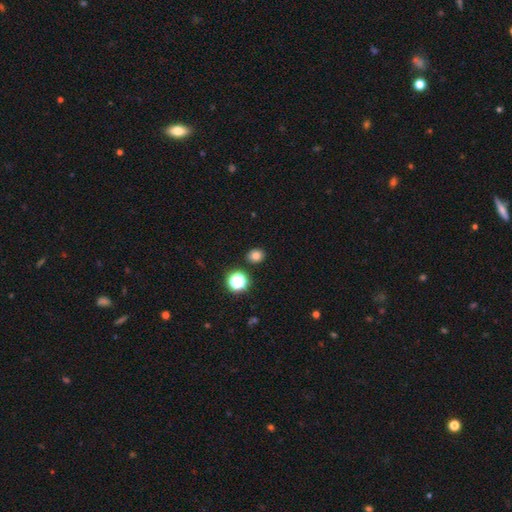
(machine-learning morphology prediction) Overall: smooth (78%). How rounded: round (68%; in between 31%). Merging: none (88%).